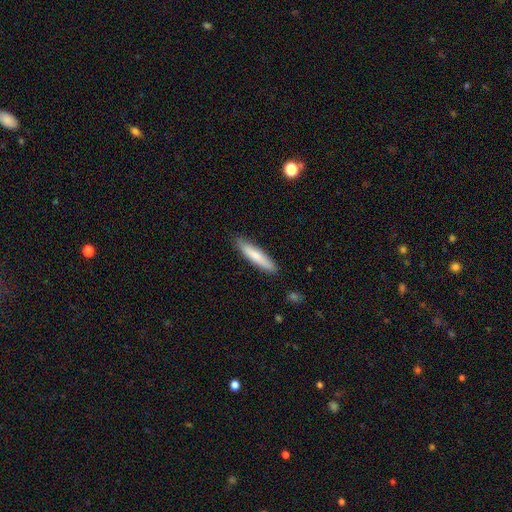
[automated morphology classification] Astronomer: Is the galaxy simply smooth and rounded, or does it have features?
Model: smooth — 76%.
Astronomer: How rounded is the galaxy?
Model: cigar-shaped — 85%.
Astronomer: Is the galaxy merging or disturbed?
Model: none — 87%.